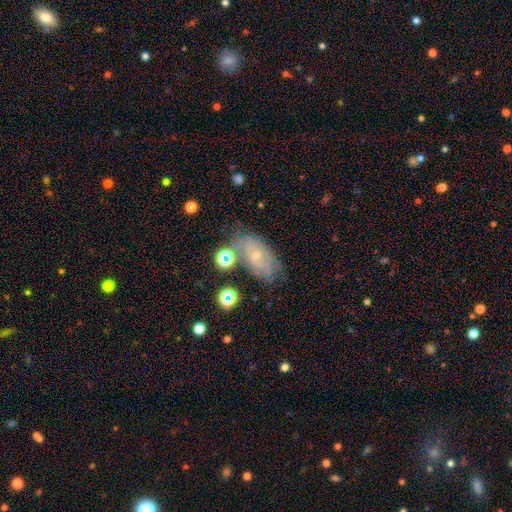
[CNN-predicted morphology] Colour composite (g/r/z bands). It shows a featured or disk galaxy (59%) with no bar (76%), spiral arms (74%) and a small central bulge (76%). Merging: none (59%).